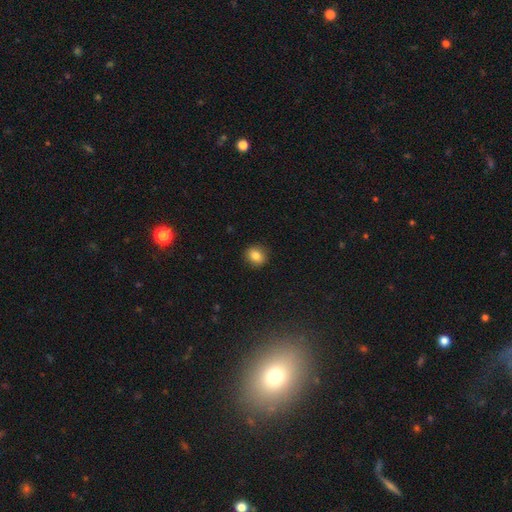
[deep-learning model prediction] Smooth or featured: smooth — 83% (star or artifact — 10%)
How rounded: round — 76% (in between — 23%)
Merging: none — 90% (minor disturbance — 7%)